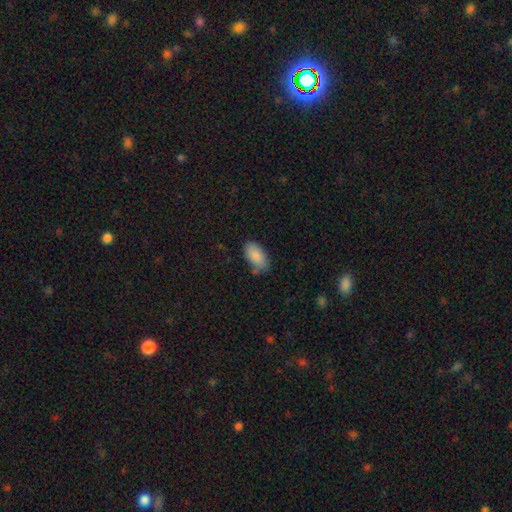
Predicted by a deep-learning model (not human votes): Q: Smooth or featured?
A: smooth (88%); runner-up: star or artifact (6%)
Q: How rounded?
A: in between (95%); runner-up: cigar-shaped (3%)
Q: Merging?
A: none (73%); runner-up: minor disturbance (19%)